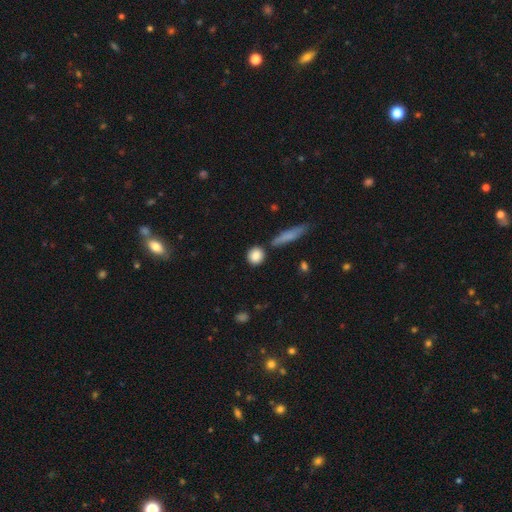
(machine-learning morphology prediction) smooth 86%, star or artifact 8%, featured or disk 6%. Down the decision tree: how rounded — round (81%); merging — none (79%).